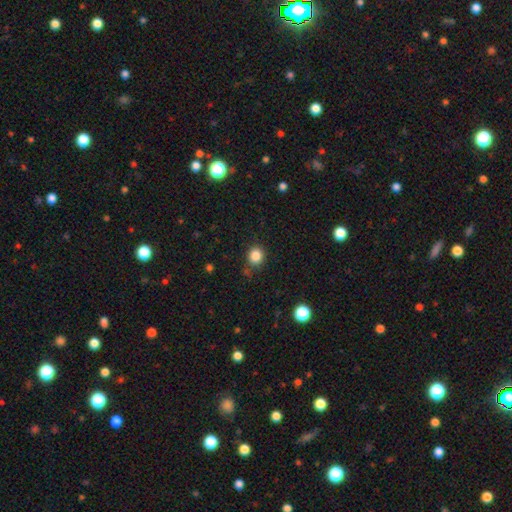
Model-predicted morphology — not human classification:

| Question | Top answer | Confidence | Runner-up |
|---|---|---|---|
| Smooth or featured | smooth | 85% | star or artifact (11%) |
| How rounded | round | 83% | in between (17%) |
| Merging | none | 81% | minor disturbance (12%) |